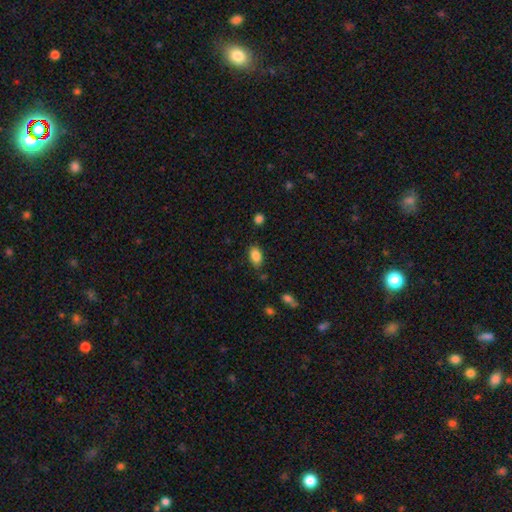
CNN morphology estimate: Smooth or featured?
  - smooth: 86% *
  - star or artifact: 8%
  - featured or disk: 5%
How rounded?
  - in between: 90% *
  - round: 7%
  - cigar-shaped: 2%
Merging?
  - none: 81% *
  - minor disturbance: 13%
  - major disturbance: 3%
  - merger: 2%